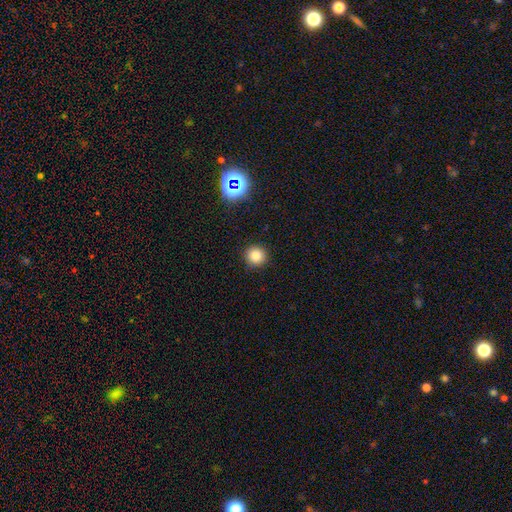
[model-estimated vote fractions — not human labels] This appears to be a smooth galaxy with no disk features (81%) that is round (95%). Merging: none (91%).